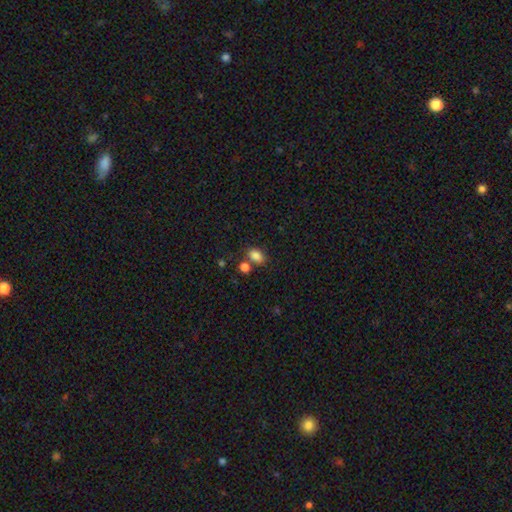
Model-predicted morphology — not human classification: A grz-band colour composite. It shows a smooth galaxy with no disk features (84%) that is in between round and cigar-shaped (78%). Merging: none (61%).